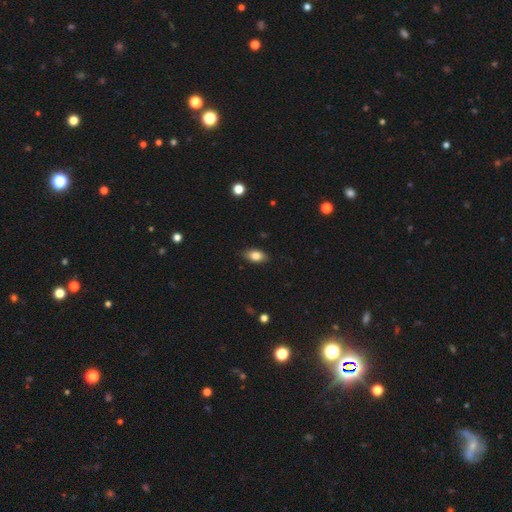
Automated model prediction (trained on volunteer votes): Q: Smooth or featured?
A: smooth (83%); runner-up: featured or disk (9%)
Q: How rounded?
A: in between (89%); runner-up: round (8%)
Q: Merging?
A: none (85%); runner-up: minor disturbance (12%)